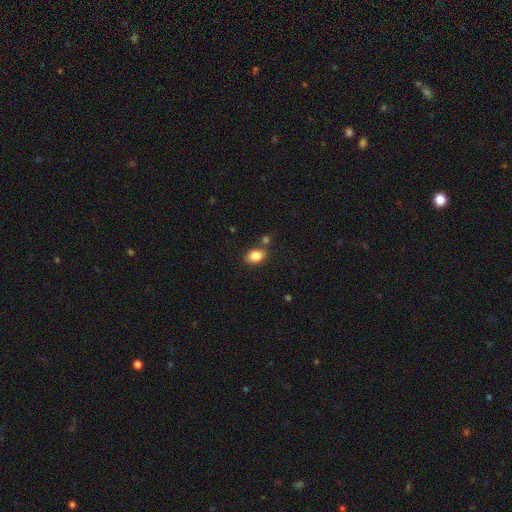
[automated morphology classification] smooth_or_featured: smooth (p=0.85) [alt: star or artifact p=0.09]
how_rounded: in between (p=0.81) [alt: round p=0.18]
merging: none (p=0.75) [alt: minor disturbance p=0.11]